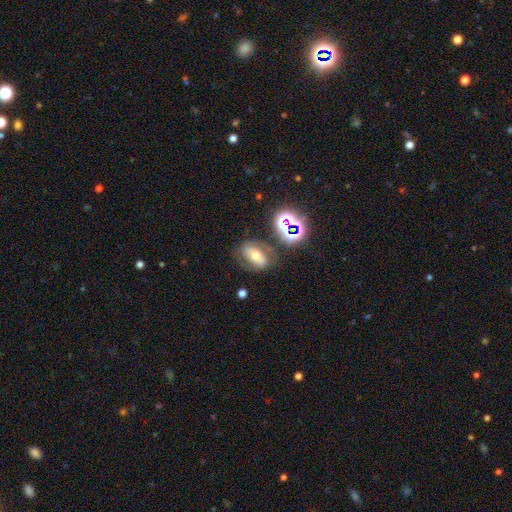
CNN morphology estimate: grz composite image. It shows a smooth galaxy with no disk features (40%). Merging: none (66%).